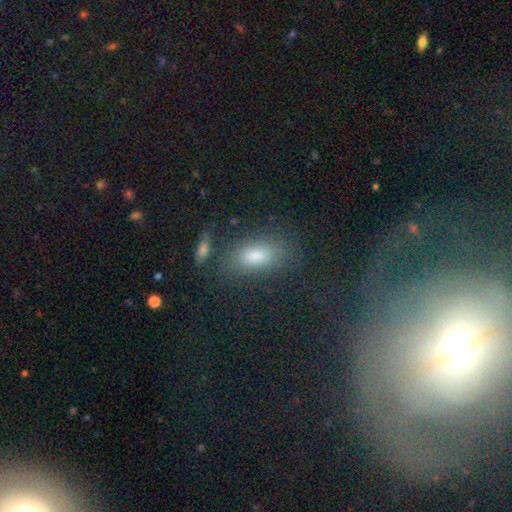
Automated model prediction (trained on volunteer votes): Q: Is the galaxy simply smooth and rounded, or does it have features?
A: smooth — 80%.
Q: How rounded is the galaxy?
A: in between — 84%.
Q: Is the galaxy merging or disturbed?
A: none — 74%.